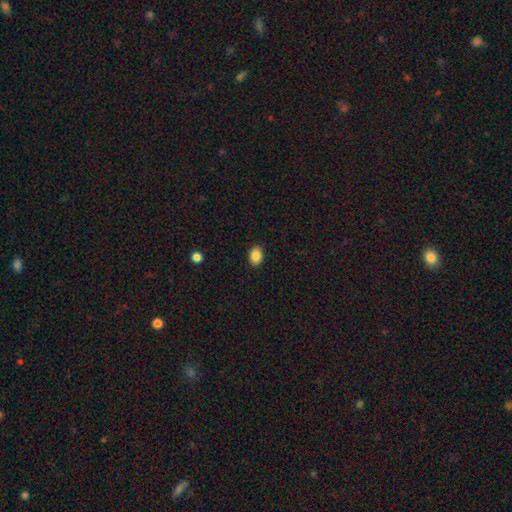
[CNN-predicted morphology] smooth-or-featured: smooth: 87% | star or artifact: 8% | featured or disk: 4%
  how-rounded: in between: 74% | round: 25% | cigar-shaped: 1%
  merging: none: 90% | minor disturbance: 7% | major disturbance: 2% | merger: 1%